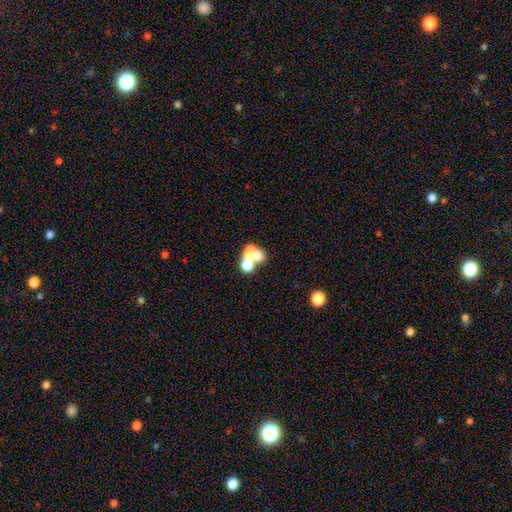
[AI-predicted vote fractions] Smooth or featured? Predicted: smooth (p=0.47). Merging? Predicted: merger (p=0.60).